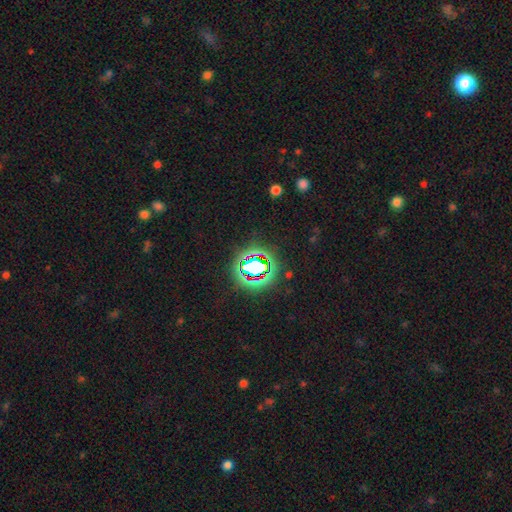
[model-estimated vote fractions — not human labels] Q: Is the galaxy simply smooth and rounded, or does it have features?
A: star or artifact — 81%.